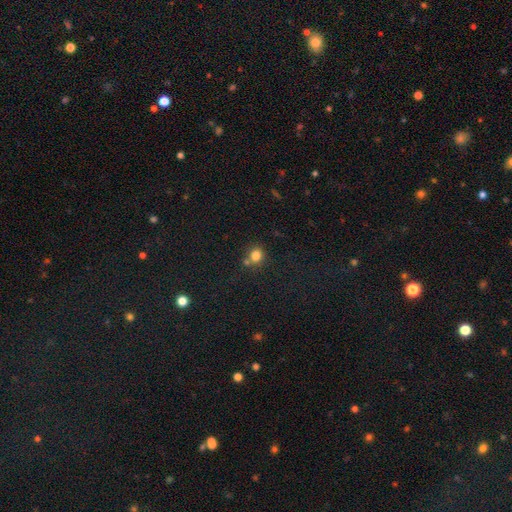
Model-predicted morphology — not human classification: This appears to be a smooth galaxy with no disk features (80%) that is round (81%). Merging: none (58%).